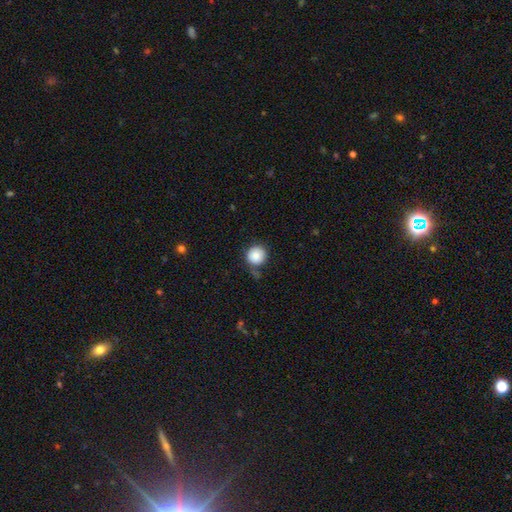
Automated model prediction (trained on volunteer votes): smooth-or-featured: smooth: 86% | star or artifact: 8% | featured or disk: 6%
  how-rounded: round: 93% | in between: 6% | cigar-shaped: 1%
  merging: none: 68% | minor disturbance: 20% | major disturbance: 7% | merger: 6%